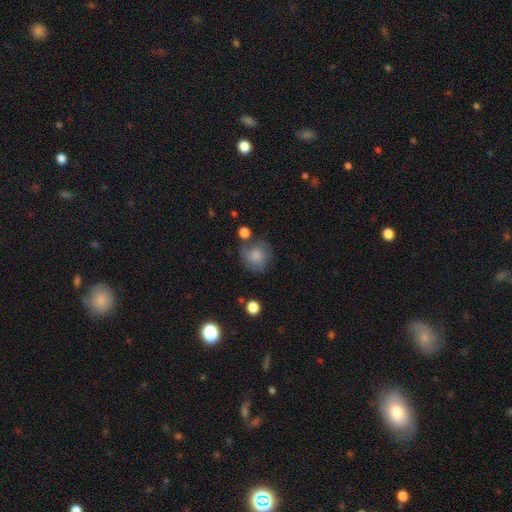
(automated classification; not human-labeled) smooth_or_featured: smooth (p=0.70) [alt: featured or disk p=0.21]
how_rounded: round (p=0.82) [alt: in between p=0.17]
merging: none (p=0.52) [alt: minor disturbance p=0.24]